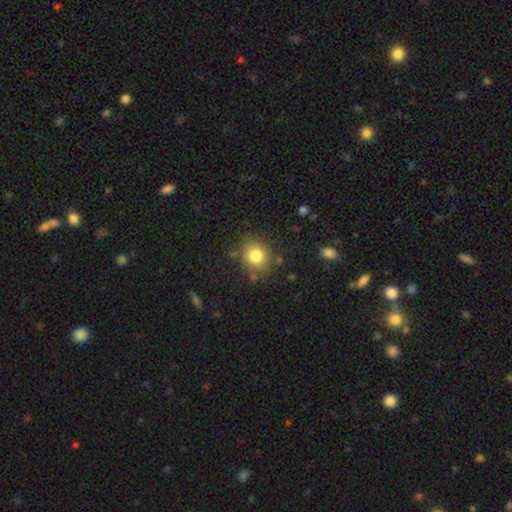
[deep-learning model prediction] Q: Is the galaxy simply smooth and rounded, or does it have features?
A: smooth — 80%.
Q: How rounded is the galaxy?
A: round — 76%.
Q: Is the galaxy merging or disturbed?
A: none — 78%.